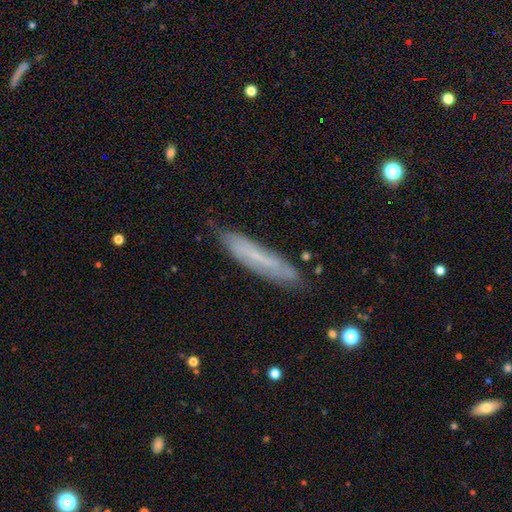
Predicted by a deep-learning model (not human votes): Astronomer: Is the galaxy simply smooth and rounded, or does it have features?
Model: smooth — 48% (runner-up: featured or disk, 43%).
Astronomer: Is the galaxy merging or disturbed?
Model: none — 77%.